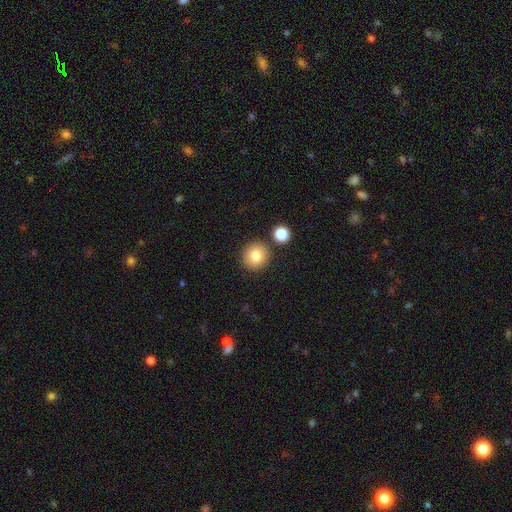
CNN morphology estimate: A smooth galaxy with no disk features (81%) that is round (93%). Merging: none (85%).